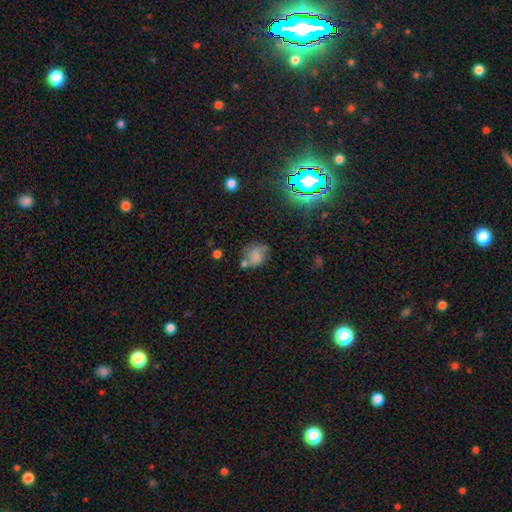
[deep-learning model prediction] Smooth or featured? Predicted: smooth (p=0.64). How rounded? Predicted: round (p=0.56). Merging? Predicted: none (p=0.45).